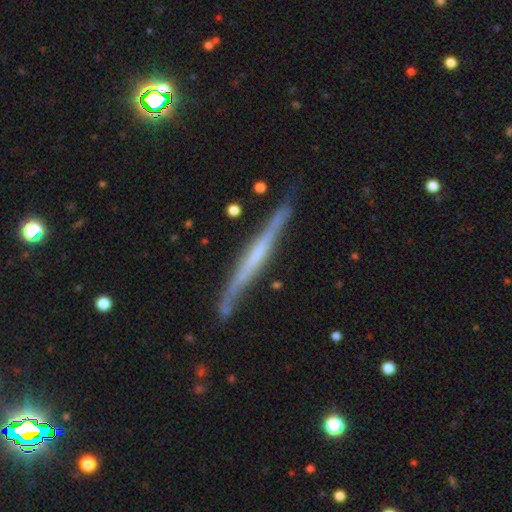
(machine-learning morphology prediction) Smooth or featured?
  - featured or disk: 69% *
  - smooth: 25%
  - star or artifact: 6%
Edge-on disk?
  - yes: 95% *
  - no: 5%
Edge-on bulge?
  - none: 70% *
  - rounded: 15%
  - boxy: 14%
Merging?
  - none: 80% *
  - minor disturbance: 15%
  - major disturbance: 3%
  - merger: 2%